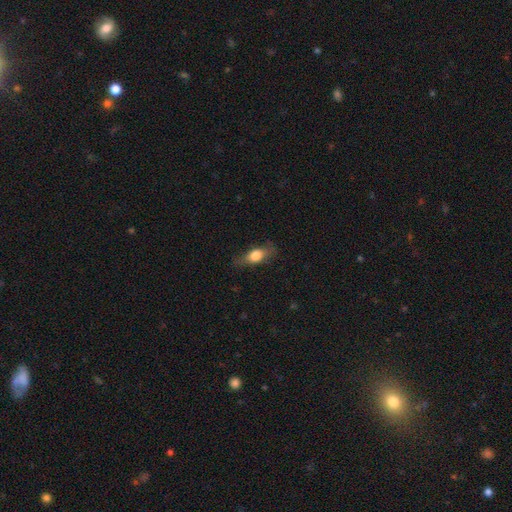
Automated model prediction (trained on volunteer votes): The model was most divided on "smooth or featured": smooth: 68%, featured or disk: 24%, star or artifact: 8%. More confident: merging — none (69%); how rounded — in between (68%).